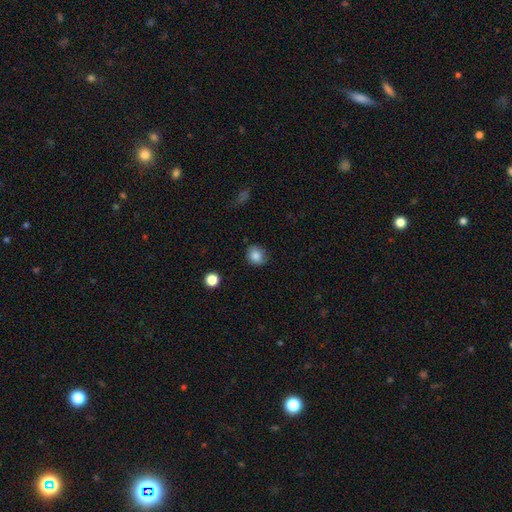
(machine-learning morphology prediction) smooth 84%, star or artifact 10%, featured or disk 6%. Down the decision tree: how rounded — round (79%); merging — none (79%).